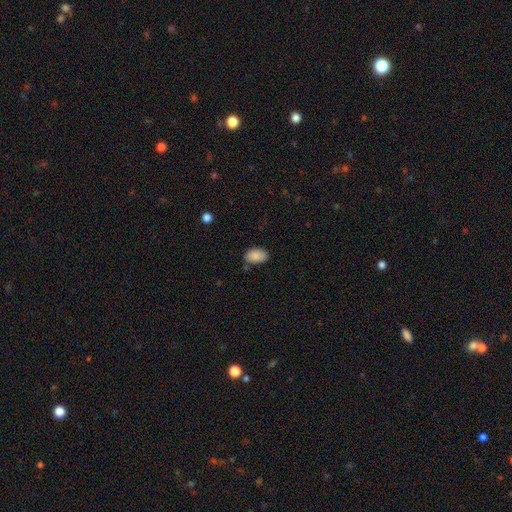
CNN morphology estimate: Smooth or featured? smooth (87%)
How rounded? in between (91%)
Merging? none (73%)